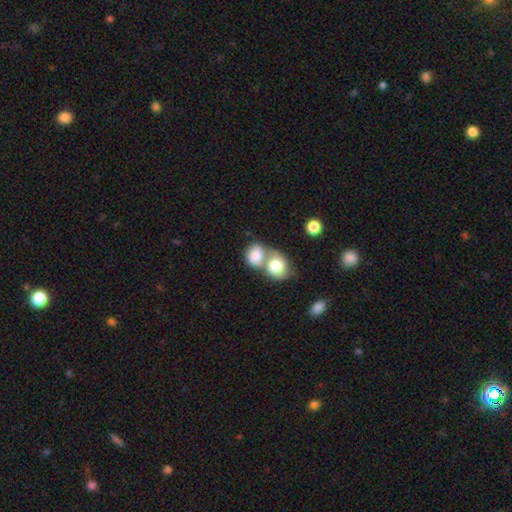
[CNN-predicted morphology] Smooth or featured? Predicted: smooth (p=0.79). How rounded? Predicted: round (p=0.50). Merging? Predicted: merger (p=0.68).